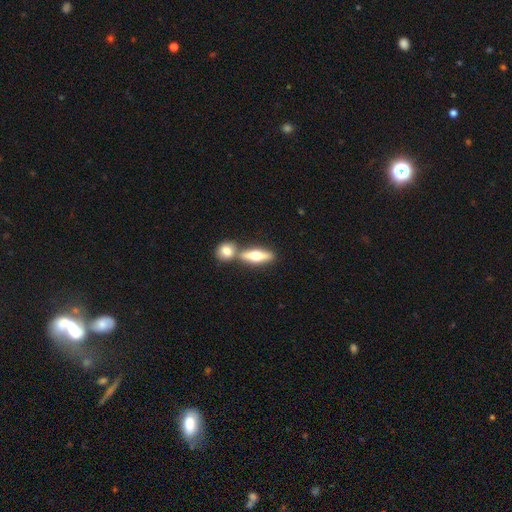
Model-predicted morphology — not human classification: Smooth or featured? Predicted: smooth (p=0.51). How rounded? Predicted: in between (p=0.48). Merging? Predicted: none (p=0.56).